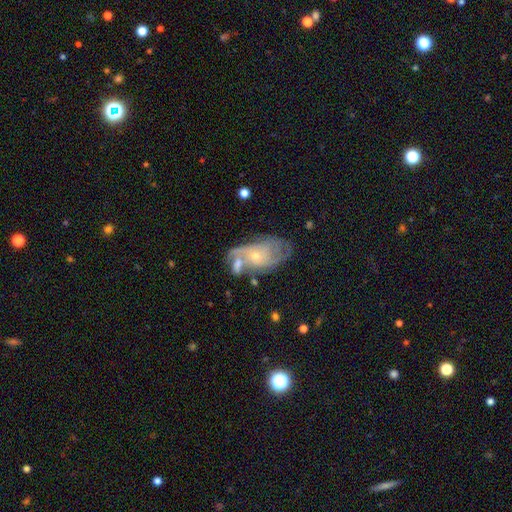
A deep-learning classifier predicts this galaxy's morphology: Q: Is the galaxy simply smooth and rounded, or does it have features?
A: featured or disk — 77%.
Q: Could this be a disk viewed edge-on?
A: no — 95%.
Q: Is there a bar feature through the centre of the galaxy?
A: no — 73%.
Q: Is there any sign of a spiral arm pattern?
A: yes — 89%.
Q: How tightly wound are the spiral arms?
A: tight — 43%.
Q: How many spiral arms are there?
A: can't tell — 35%.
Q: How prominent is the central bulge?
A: small — 70%.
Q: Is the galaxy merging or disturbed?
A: none — 40%.